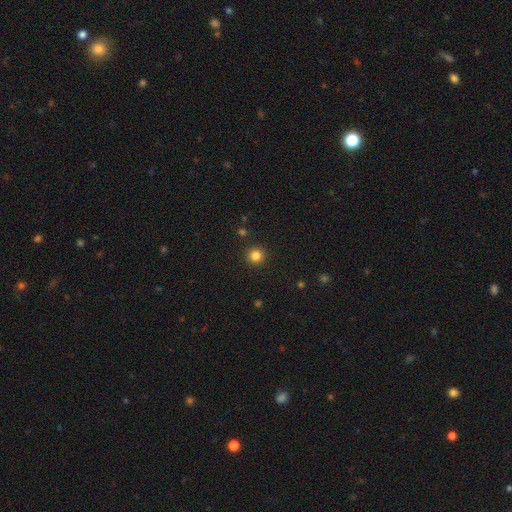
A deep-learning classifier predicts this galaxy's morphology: Overall: smooth (84%). How rounded: round (96%). Merging: none (93%).